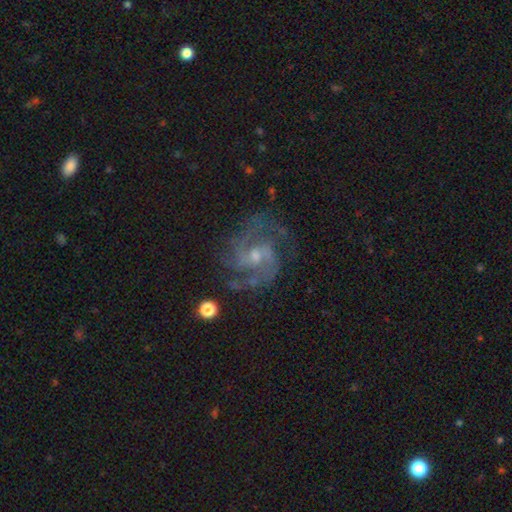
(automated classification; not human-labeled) This is clearly a featured or disk galaxy (88%). It is clearly not viewed edge-on (98%). Bar: possibly no (46%). Spiral arm pattern: clearly yes (97%). Spiral arm count: possibly 2 (49%). Spiral winding: possibly medium (57%). Central bulge: possibly small (56%). Merging: likely none (69%).